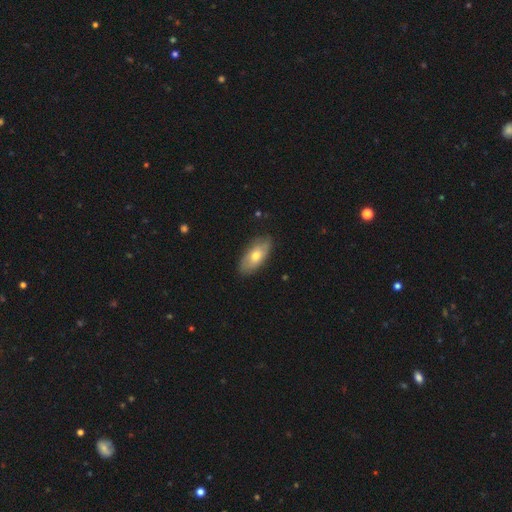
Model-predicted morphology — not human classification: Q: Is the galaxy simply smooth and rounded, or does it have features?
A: smooth — 63%.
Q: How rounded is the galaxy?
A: in between — 88%.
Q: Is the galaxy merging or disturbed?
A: none — 83%.